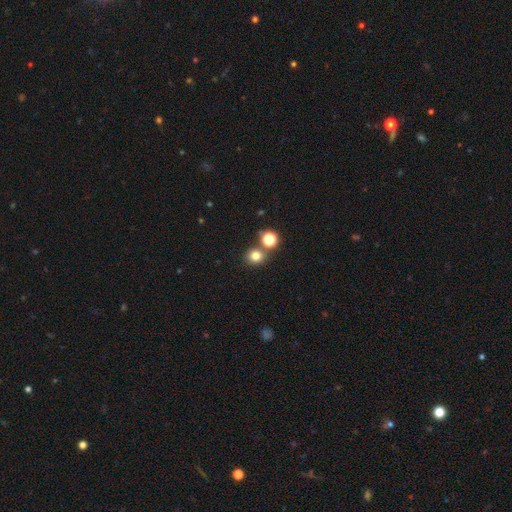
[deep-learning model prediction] Smooth or featured: smooth — 77% (star or artifact — 16%)
How rounded: round — 84% (in between — 15%)
Merging: none — 70% (merger — 19%)